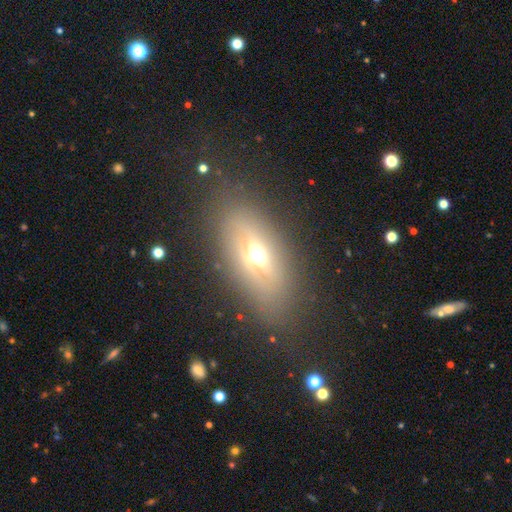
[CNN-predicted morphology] The model was most divided on "smooth or featured": featured or disk: 45%, smooth: 40%, star or artifact: 15%. More confident: merging — none (77%).